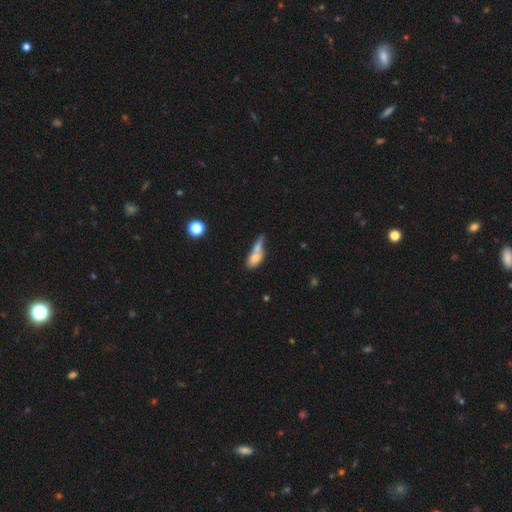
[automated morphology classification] smooth 68%, featured or disk 23%, star or artifact 9%. Down the decision tree: how rounded — in between (66%); merging — merger (54%).